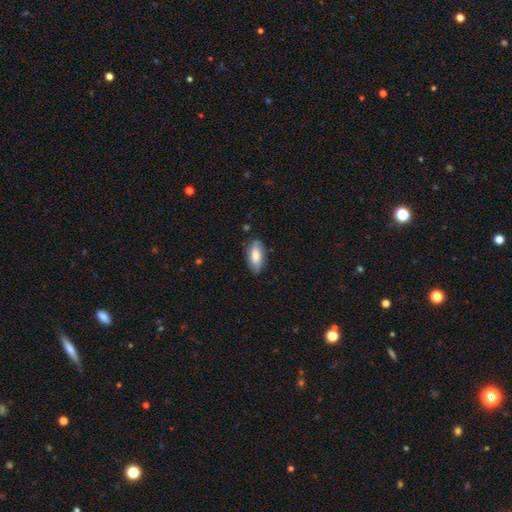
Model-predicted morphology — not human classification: Overall: smooth (71%). How rounded: in between (90%). Merging: none (78%).